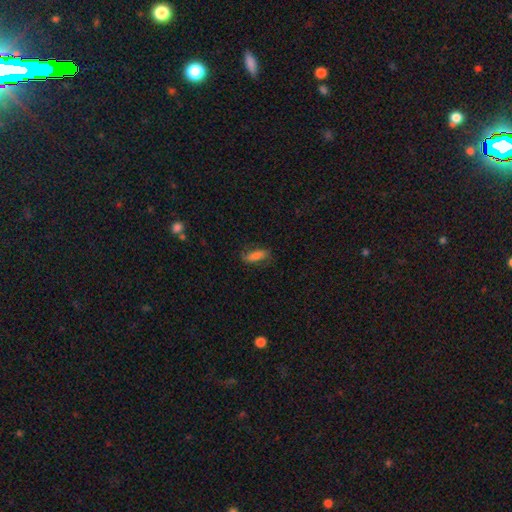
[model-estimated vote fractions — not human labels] Smooth or featured? smooth (77%)
How rounded? in between (68%)
Merging? none (68%)